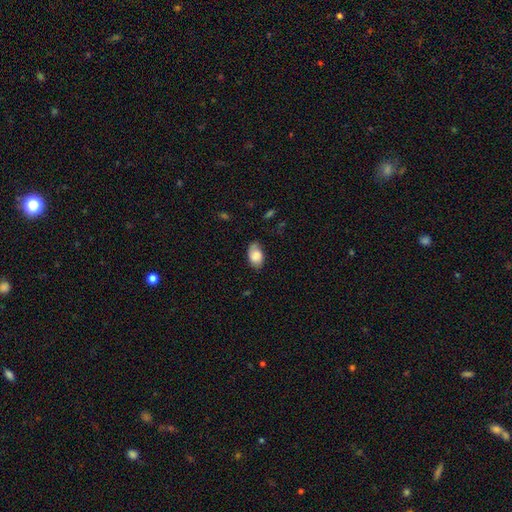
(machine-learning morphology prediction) Smooth or featured: smooth — 79% (featured or disk — 14%)
How rounded: in between — 90% (round — 9%)
Merging: none — 66% (minor disturbance — 26%)